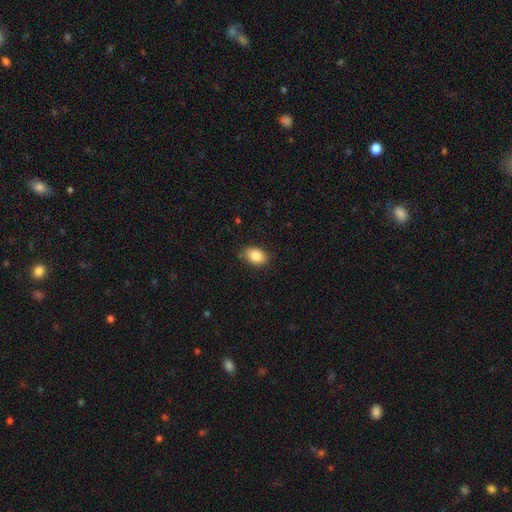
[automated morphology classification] Smooth or featured: smooth — 86% (star or artifact — 8%)
How rounded: in between — 79% (round — 20%)
Merging: none — 81% (minor disturbance — 15%)